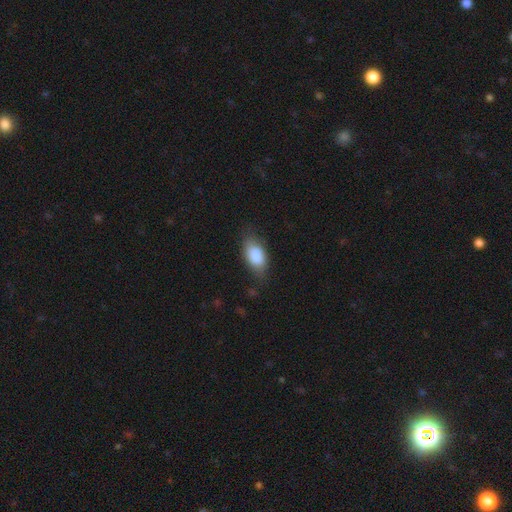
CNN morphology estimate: A smooth galaxy with no disk features (86%) that is in between round and cigar-shaped (91%).

Vote fractions:
- Smooth or featured? smooth: 86% / featured or disk: 8% / star or artifact: 6%
- How rounded? in between: 91% / round: 5% / cigar-shaped: 4%
- Merging? none: 71% / minor disturbance: 22% / major disturbance: 6% / merger: 1%